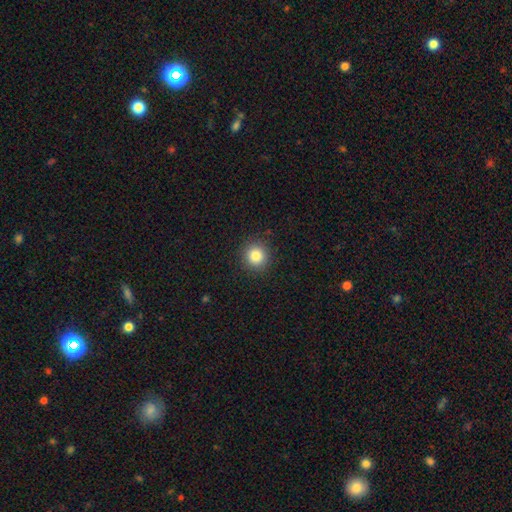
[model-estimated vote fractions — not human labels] The model was most divided on "smooth or featured": smooth: 84%, star or artifact: 11%, featured or disk: 6%. More confident: how rounded — round (93%); merging — none (91%).